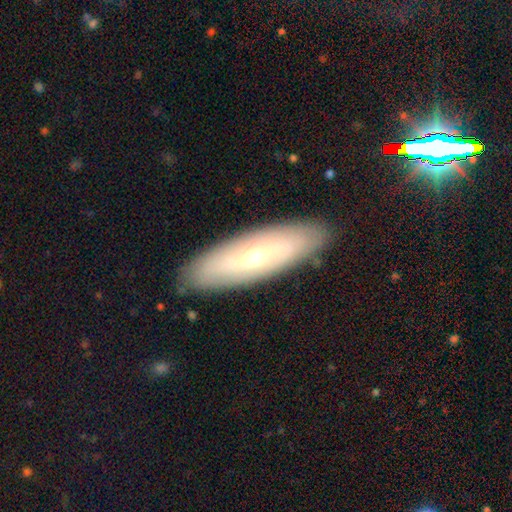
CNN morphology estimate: Smooth or featured? Predicted: featured or disk (p=0.60). Edge-on disk? Predicted: no (p=0.68). Merging? Predicted: none (p=0.88).